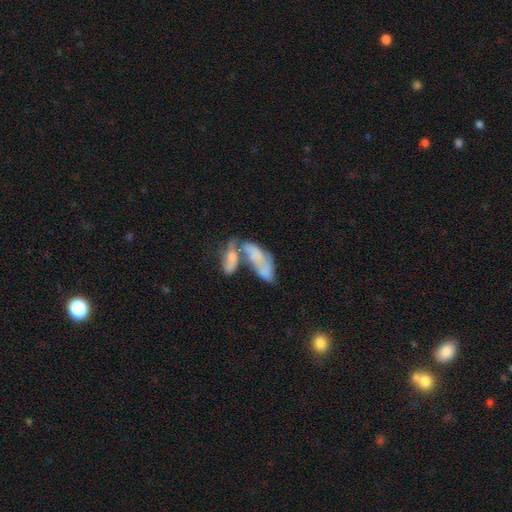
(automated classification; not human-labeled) The model was most divided on "smooth or featured": smooth: 50%, featured or disk: 41%, star or artifact: 10%. More confident: merging — merger (70%).